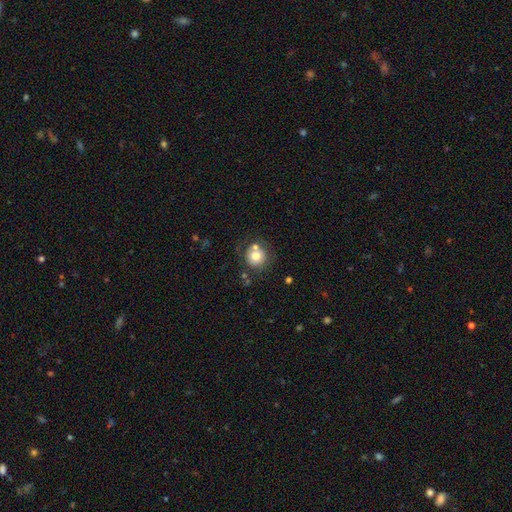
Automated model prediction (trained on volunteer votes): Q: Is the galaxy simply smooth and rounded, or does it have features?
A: smooth — 74%.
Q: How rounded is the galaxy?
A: round — 91%.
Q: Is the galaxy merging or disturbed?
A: none — 65%.